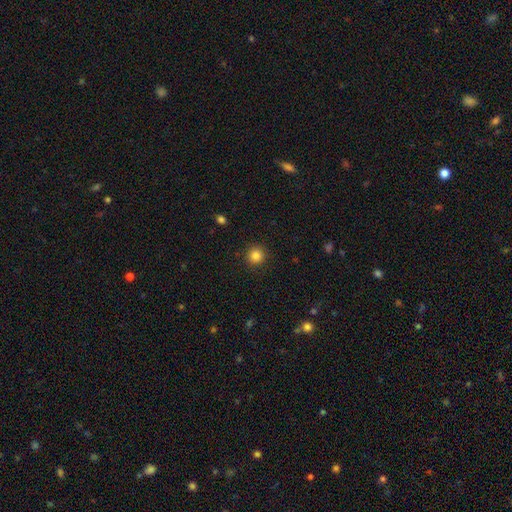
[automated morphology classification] This appears to be a smooth galaxy with no disk features (84%) that is round (94%). Merging: none (91%).